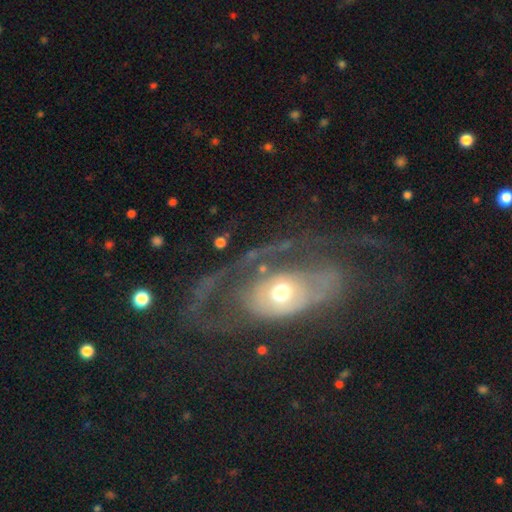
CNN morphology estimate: type=featured or disk (77%); edge-on=no (92%); bar=no (80%); spiral arms=yes (66%); bulge=moderate (62%); merging=none (48%).